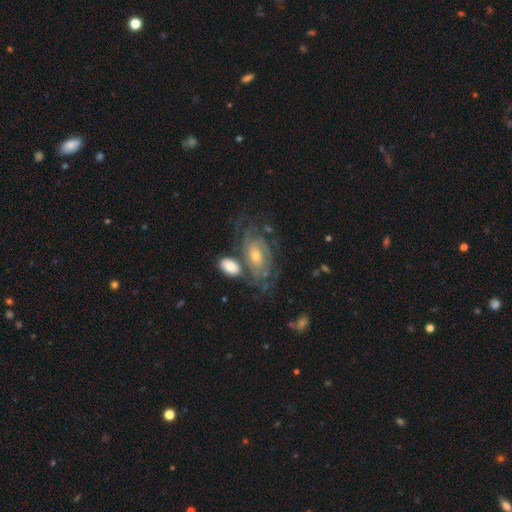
Overall: featured or disk (84%). Edge-on disk: no (100%). Bar: no (59%; weak 31%). Spiral arms: yes (94%). Spiral arm count: can't tell (47%; 2 27%). Spiral winding: tight (77%). Bulge size: moderate (50%; small 44%). Merging: none (47%; merger 28%).